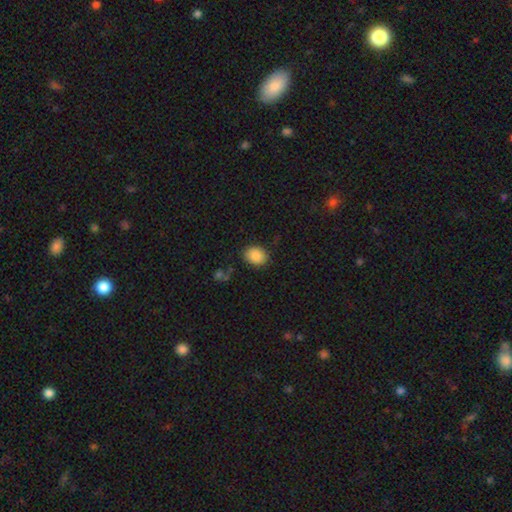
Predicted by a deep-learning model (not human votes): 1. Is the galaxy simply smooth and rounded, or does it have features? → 87% smooth, 8% star or artifact, 5% featured or disk.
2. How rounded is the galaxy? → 51% in between, 48% round, 1% cigar-shaped.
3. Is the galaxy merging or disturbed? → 84% none, 11% minor disturbance, 3% major disturbance, 2% merger.